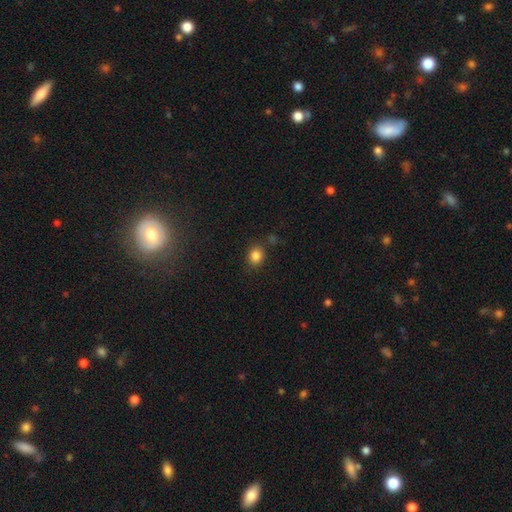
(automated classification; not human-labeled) smooth-or-featured: smooth: 84% | star or artifact: 11% | featured or disk: 5%
  how-rounded: round: 70% | in between: 29% | cigar-shaped: 1%
  merging: none: 80% | minor disturbance: 11% | merger: 5% | major disturbance: 4%